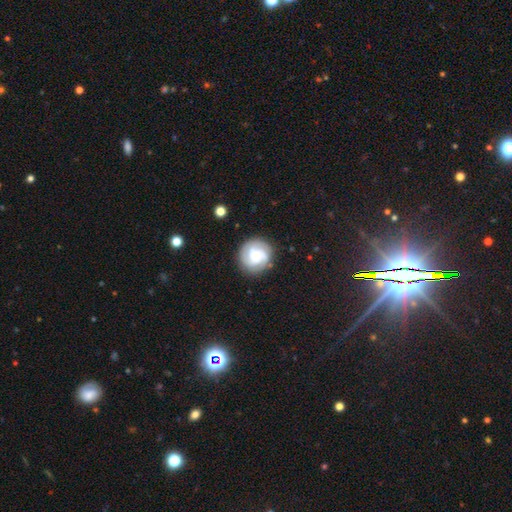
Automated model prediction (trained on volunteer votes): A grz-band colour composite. It shows a featured or disk galaxy (72%) with no bar (64%), 3 (39%) tight (61%) spiral arms (95%) and a small central bulge (48%). Merging: none (84%).